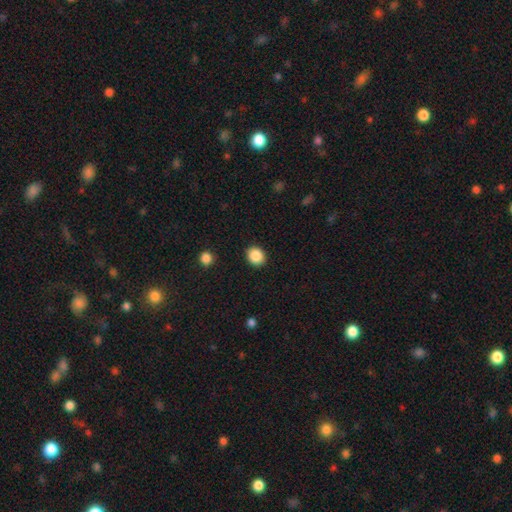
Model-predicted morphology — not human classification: Smooth or featured? Predicted: smooth (p=0.88). How rounded? Predicted: round (p=0.75). Merging? Predicted: none (p=0.91).